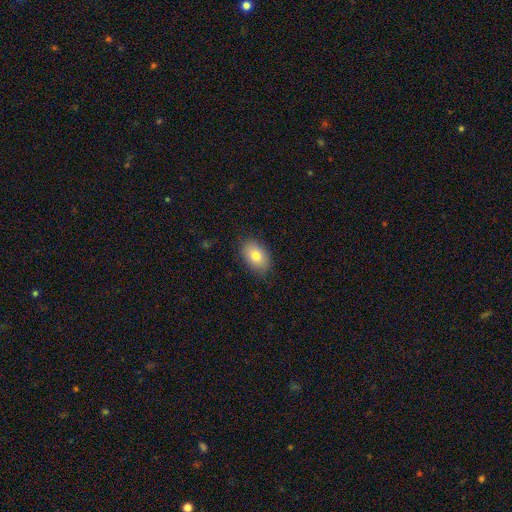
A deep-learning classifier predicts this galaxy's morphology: smooth-or-featured: smooth: 81% | featured or disk: 12% | star or artifact: 8%
  how-rounded: in between: 89% | round: 10% | cigar-shaped: 1%
  merging: none: 86% | minor disturbance: 11% | major disturbance: 3% | merger: 1%